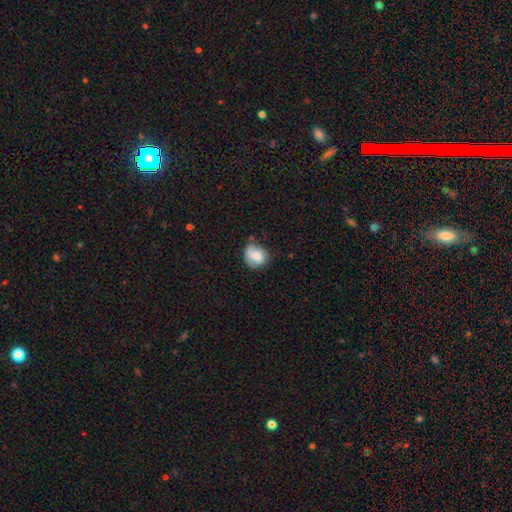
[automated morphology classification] type=smooth (59%); roundness=round (69%); merging=none (55%).